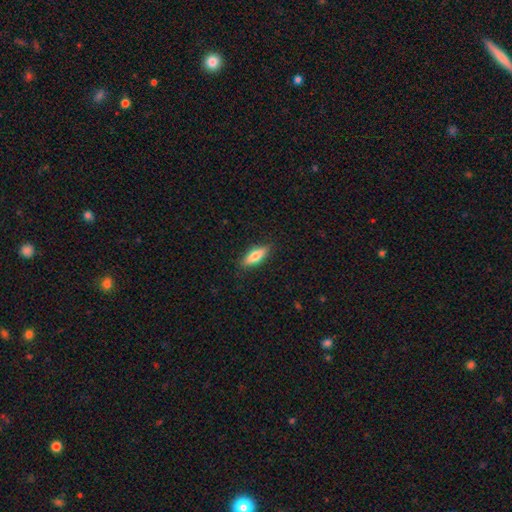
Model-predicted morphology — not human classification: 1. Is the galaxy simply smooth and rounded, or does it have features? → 74% smooth, 20% featured or disk, 6% star or artifact.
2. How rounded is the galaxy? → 57% in between, 41% cigar-shaped, 2% round.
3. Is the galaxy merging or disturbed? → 86% none, 10% minor disturbance, 2% major disturbance, 1% merger.